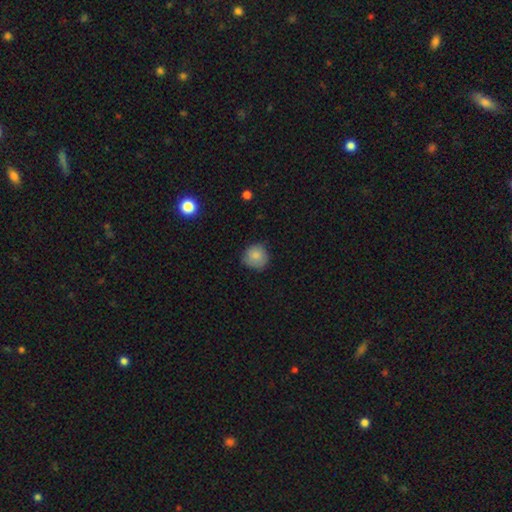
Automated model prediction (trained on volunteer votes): Smooth or featured: smooth — 83% (star or artifact — 8%)
How rounded: round — 90% (in between — 9%)
Merging: none — 72% (minor disturbance — 23%)